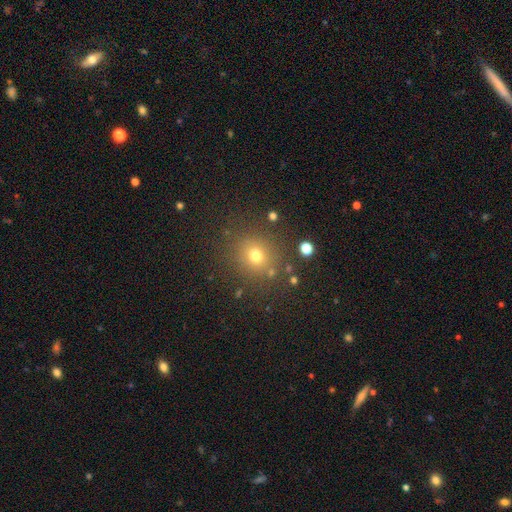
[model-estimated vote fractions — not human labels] Overall: smooth (70%). How rounded: round (87%). Merging: none (83%).